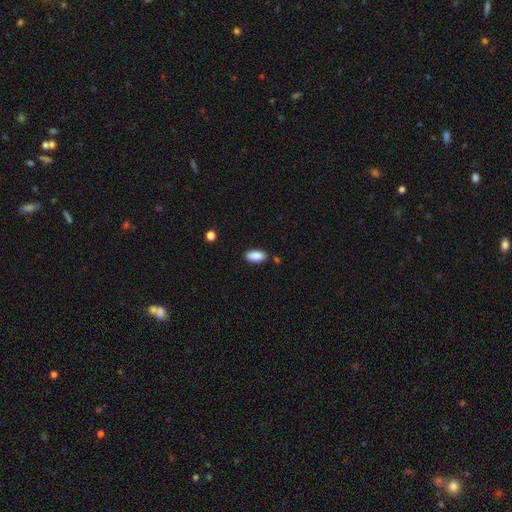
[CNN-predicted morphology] smooth 89%, star or artifact 7%, featured or disk 4%. Down the decision tree: how rounded — in between (92%); merging — none (82%).